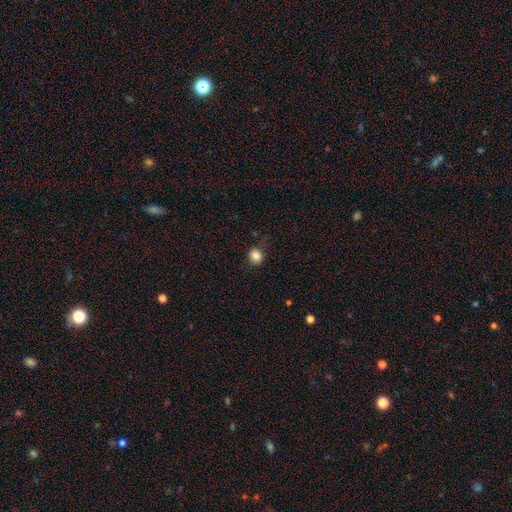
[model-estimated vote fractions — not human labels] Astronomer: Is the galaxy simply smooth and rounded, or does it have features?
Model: smooth — 85%.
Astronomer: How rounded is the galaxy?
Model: round — 68%.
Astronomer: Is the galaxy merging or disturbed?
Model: none — 82%.